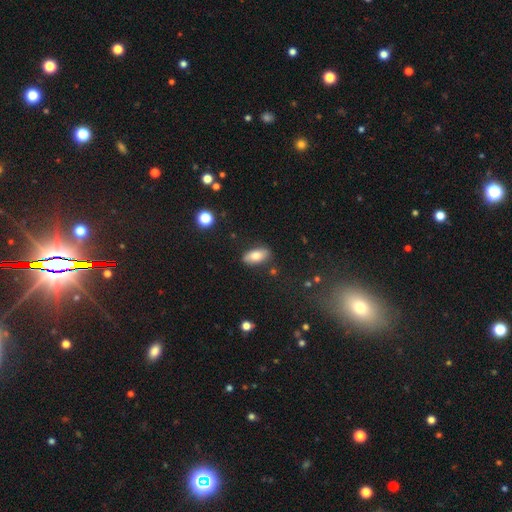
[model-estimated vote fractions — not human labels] Morphology: type=smooth (77%); roundness=in between (88%); merging=none (84%).